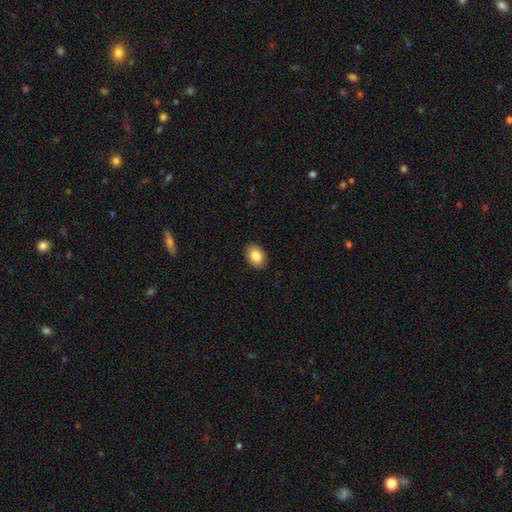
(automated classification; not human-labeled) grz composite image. It shows a smooth galaxy with no disk features (85%) that is in between round and cigar-shaped (74%). Merging: none (90%).